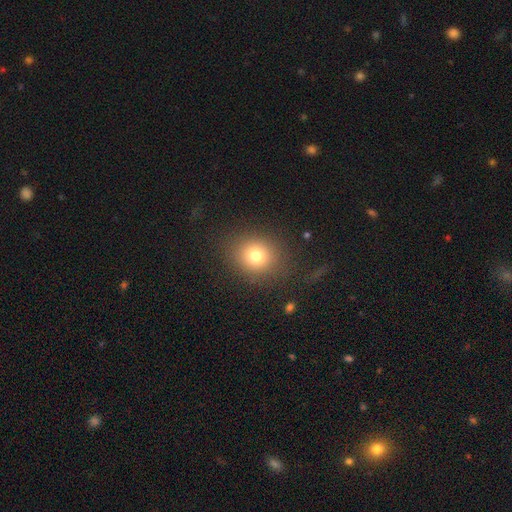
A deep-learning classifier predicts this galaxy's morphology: smooth 76%, star or artifact 14%, featured or disk 10%. Down the decision tree: how rounded — round (79%); merging — none (83%).